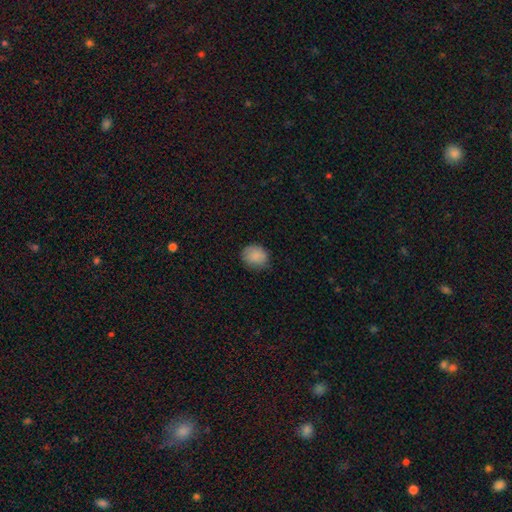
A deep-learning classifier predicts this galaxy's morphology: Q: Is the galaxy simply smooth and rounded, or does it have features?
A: smooth — 87%.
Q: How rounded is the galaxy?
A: round — 68%.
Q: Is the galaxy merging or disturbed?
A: none — 76%.